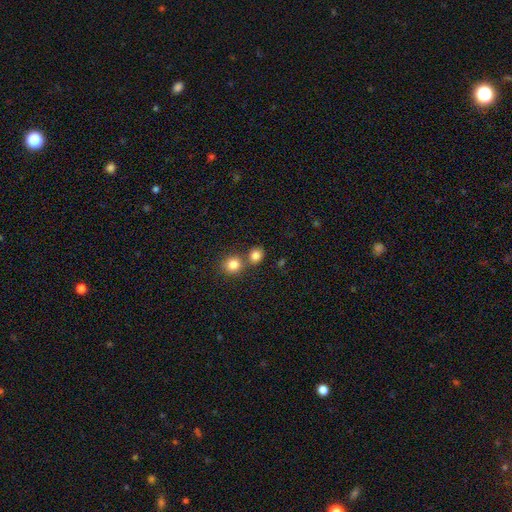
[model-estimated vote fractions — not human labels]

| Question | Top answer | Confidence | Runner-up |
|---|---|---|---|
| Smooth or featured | smooth | 82% | star or artifact (12%) |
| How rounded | round | 73% | in between (26%) |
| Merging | none | 57% | merger (32%) |